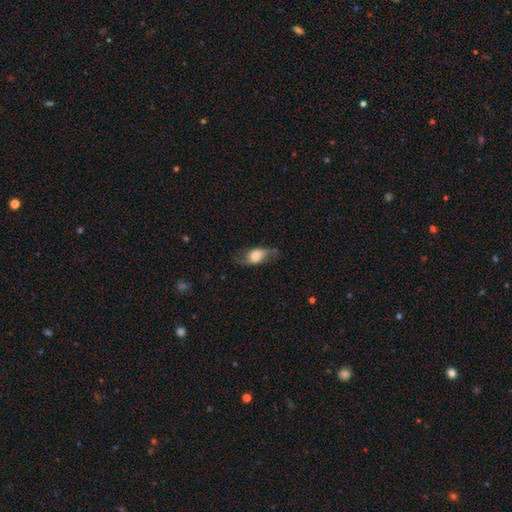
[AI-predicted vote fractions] A smooth galaxy with no disk features (49%). Merging: none (64%).